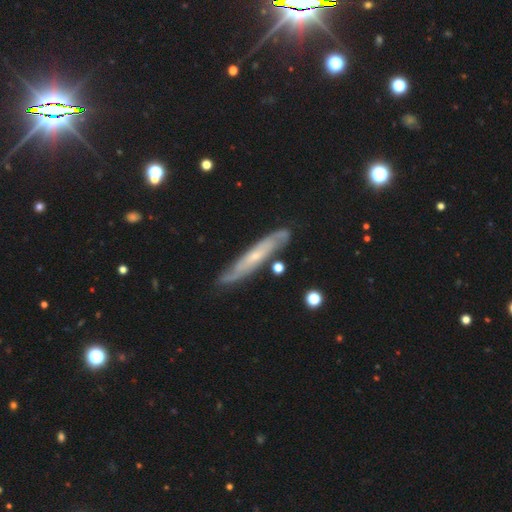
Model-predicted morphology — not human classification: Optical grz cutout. It shows a featured or disk galaxy (72%) viewed edge-on (55%). Merging: none (78%).